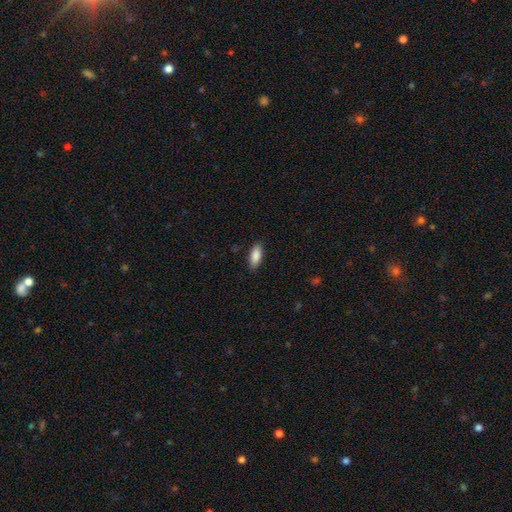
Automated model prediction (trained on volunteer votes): The model was most divided on "how rounded": in between: 80%, cigar-shaped: 18%, round: 2%. More confident: smooth or featured — smooth (88%); merging — none (87%).